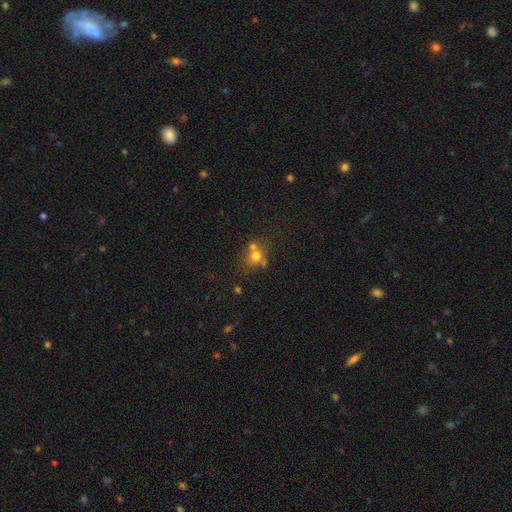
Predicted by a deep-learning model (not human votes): Smooth or featured?
  - smooth: 68% *
  - star or artifact: 17%
  - featured or disk: 15%
How rounded?
  - round: 75% *
  - in between: 24%
  - cigar-shaped: 1%
Merging?
  - none: 49% *
  - merger: 35%
  - minor disturbance: 11%
  - major disturbance: 5%